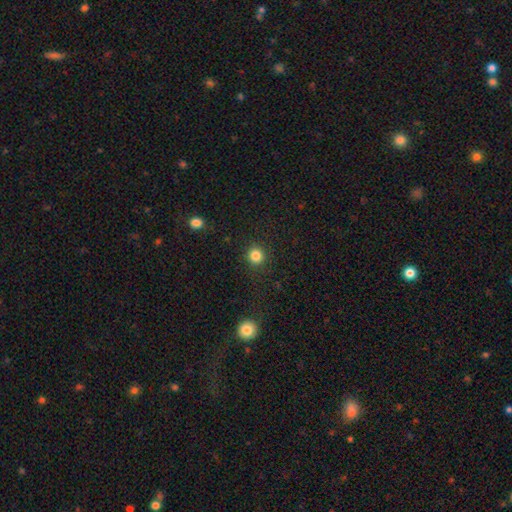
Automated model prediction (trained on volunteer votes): This is clearly a smooth galaxy (85%). How rounded: clearly round (93%). Merging: clearly none (91%).